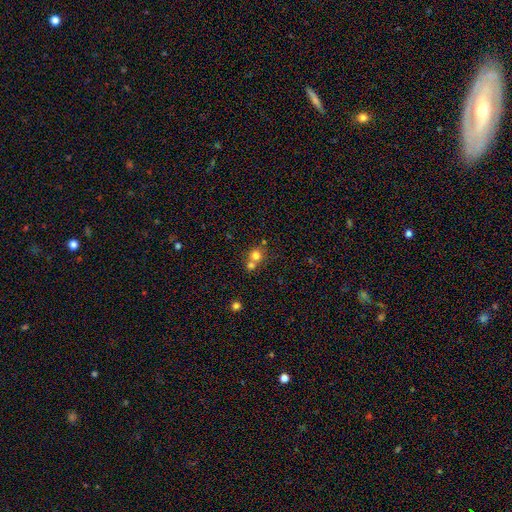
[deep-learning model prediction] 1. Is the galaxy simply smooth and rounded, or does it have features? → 76% smooth, 13% star or artifact, 11% featured or disk.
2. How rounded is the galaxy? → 87% round, 12% in between, 1% cigar-shaped.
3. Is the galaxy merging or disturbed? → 47% merger, 44% none, 6% minor disturbance, 3% major disturbance.